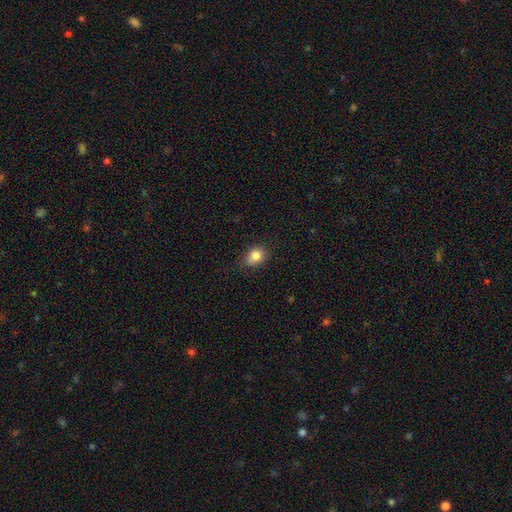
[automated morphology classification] Smooth or featured? smooth (82%)
How rounded? in between (61%)
Merging? none (79%)